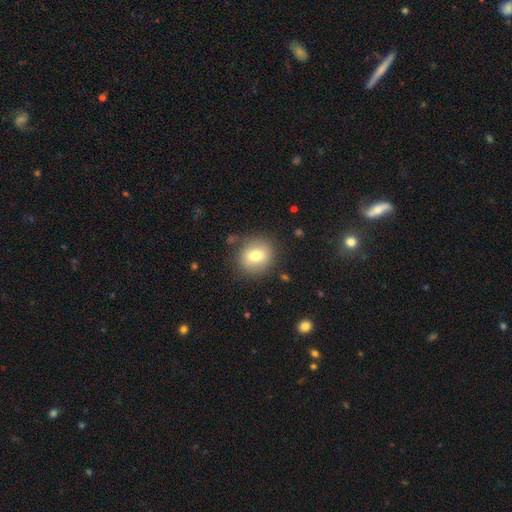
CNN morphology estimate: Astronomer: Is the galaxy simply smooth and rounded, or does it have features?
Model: smooth — 73%.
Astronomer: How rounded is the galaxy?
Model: round — 76%.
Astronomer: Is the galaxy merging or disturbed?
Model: none — 81%.